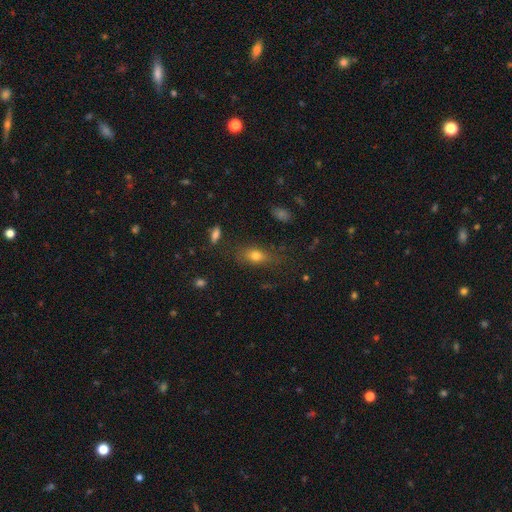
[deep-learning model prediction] Morphology: type=smooth (75%); roundness=in between (76%); merging=none (70%).